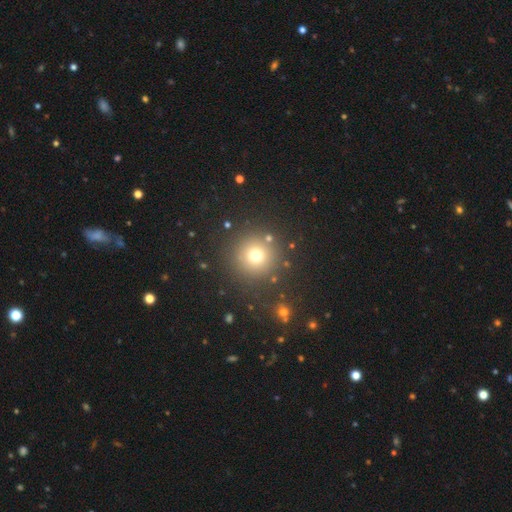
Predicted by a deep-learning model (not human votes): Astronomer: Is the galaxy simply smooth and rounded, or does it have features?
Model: smooth — 72%.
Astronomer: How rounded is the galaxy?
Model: round — 95%.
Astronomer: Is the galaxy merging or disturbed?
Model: none — 86%.